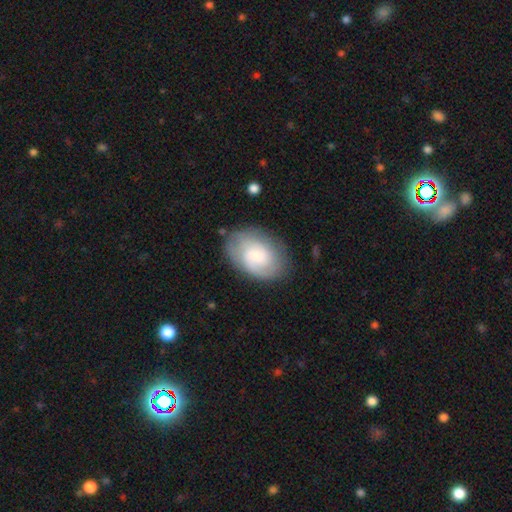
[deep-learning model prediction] Q: Smooth or featured?
A: featured or disk (49%); runner-up: smooth (44%)
Q: Merging?
A: none (76%); runner-up: minor disturbance (17%)